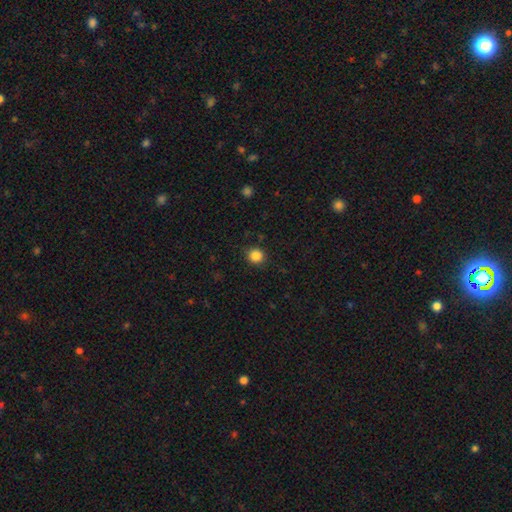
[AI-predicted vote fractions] A smooth galaxy with no disk features (85%) that is round (89%).

Vote fractions:
- Smooth or featured? smooth: 85% / star or artifact: 11% / featured or disk: 4%
- How rounded? round: 89% / in between: 10% / cigar-shaped: 1%
- Merging? none: 88% / minor disturbance: 8% / major disturbance: 2% / merger: 1%